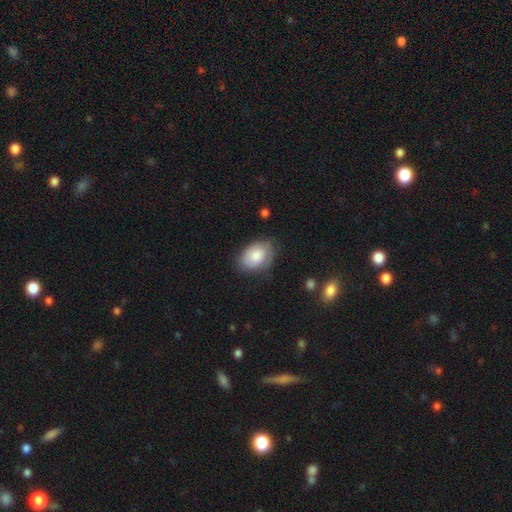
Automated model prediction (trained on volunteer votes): Q: Smooth or featured?
A: smooth (74%); runner-up: featured or disk (19%)
Q: How rounded?
A: in between (84%); runner-up: round (15%)
Q: Merging?
A: none (69%); runner-up: minor disturbance (23%)